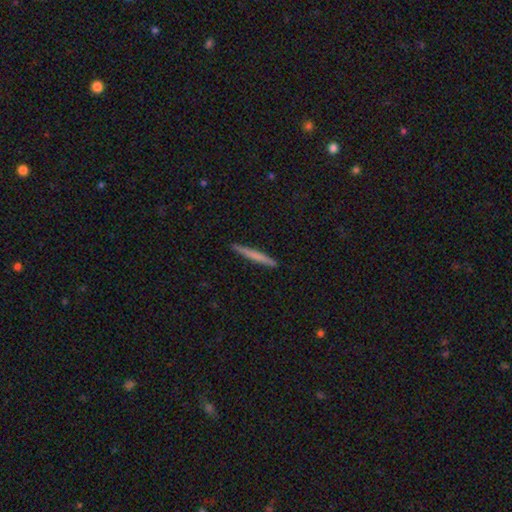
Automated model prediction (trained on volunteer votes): This is likely a smooth galaxy (64%). How rounded: clearly cigar-shaped (97%). Merging: clearly none (91%).